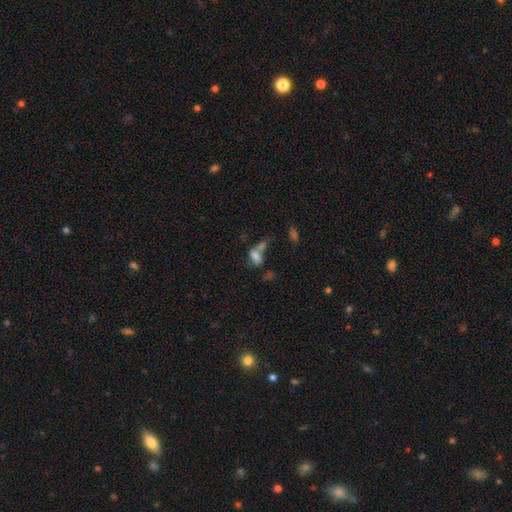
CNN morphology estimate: A smooth galaxy with no disk features (61%) that is in between round and cigar-shaped (81%).

Vote fractions:
- Smooth or featured? smooth: 61% / featured or disk: 22% / star or artifact: 16%
- How rounded? in between: 81% / round: 10% / cigar-shaped: 9%
- Merging? merger: 45% / none: 24% / major disturbance: 18% / minor disturbance: 13%